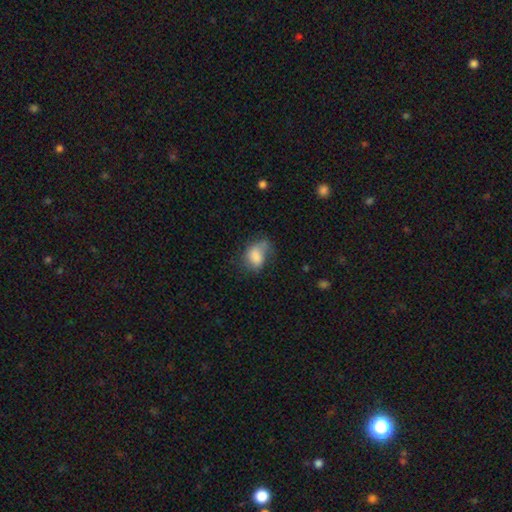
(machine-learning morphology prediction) A smooth galaxy with no disk features (76%) that is in between round and cigar-shaped (75%).

Vote fractions:
- Smooth or featured? smooth: 76% / featured or disk: 16% / star or artifact: 9%
- How rounded? in between: 75% / round: 23% / cigar-shaped: 1%
- Merging? none: 36% / minor disturbance: 32% / major disturbance: 25% / merger: 7%